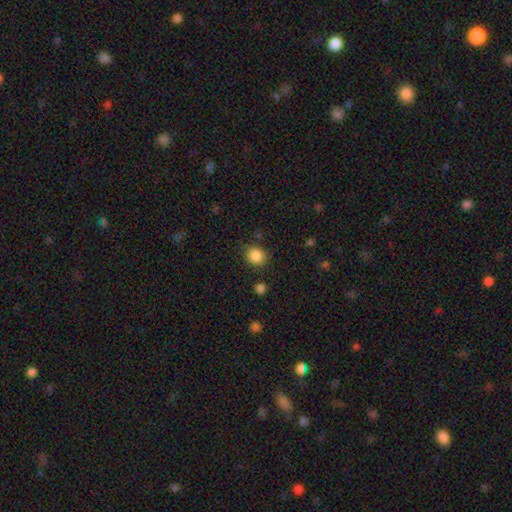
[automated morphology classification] Smooth or featured? Predicted: smooth (p=0.86). How rounded? Predicted: round (p=0.78). Merging? Predicted: none (p=0.84).